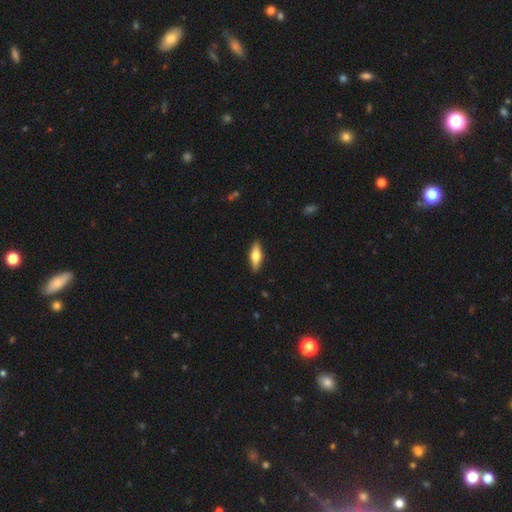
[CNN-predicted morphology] The model was most divided on "how rounded": in between: 52%, cigar-shaped: 46%, round: 3%. More confident: merging — none (90%); smooth or featured — smooth (52%).